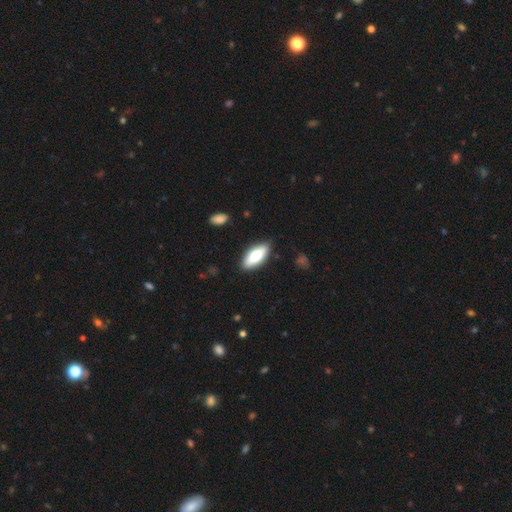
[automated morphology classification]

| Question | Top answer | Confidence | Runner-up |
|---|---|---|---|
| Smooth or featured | smooth | 73% | featured or disk (21%) |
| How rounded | in between | 81% | cigar-shaped (17%) |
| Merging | none | 86% | minor disturbance (10%) |